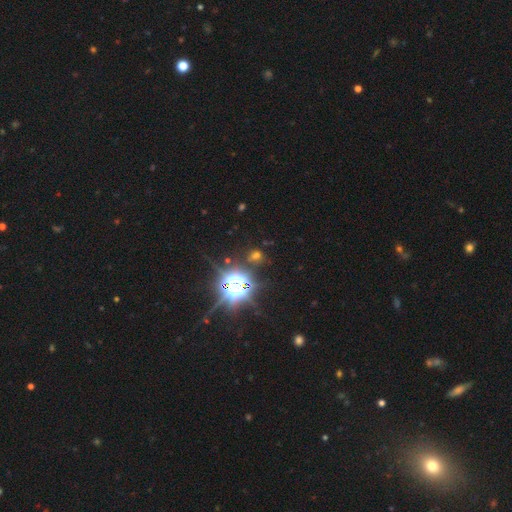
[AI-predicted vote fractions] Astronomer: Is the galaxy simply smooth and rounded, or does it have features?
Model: star or artifact — 62%.